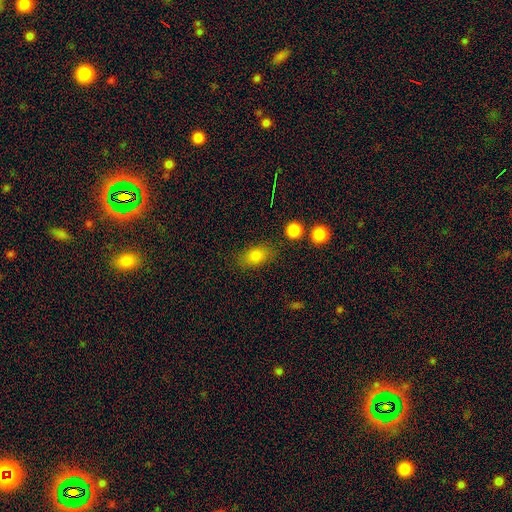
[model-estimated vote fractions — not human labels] The model was most divided on "merging": none: 78%, minor disturbance: 14%, major disturbance: 5%, merger: 4%. More confident: how rounded — in between (83%); smooth or featured — smooth (82%).